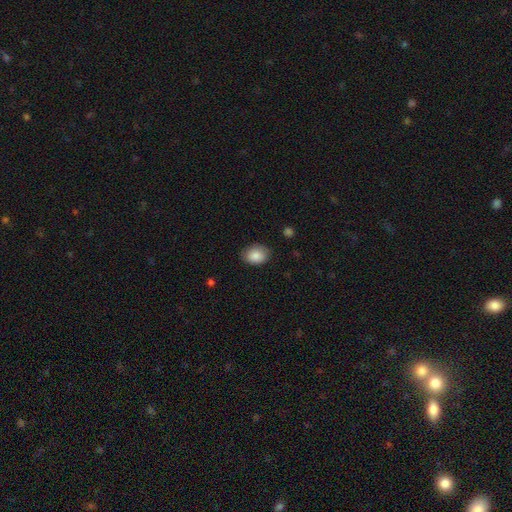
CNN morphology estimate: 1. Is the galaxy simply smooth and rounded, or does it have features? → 87% smooth, 7% star or artifact, 6% featured or disk.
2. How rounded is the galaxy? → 71% in between, 28% round, 1% cigar-shaped.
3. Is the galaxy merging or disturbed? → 80% none, 16% minor disturbance, 3% major disturbance, 1% merger.